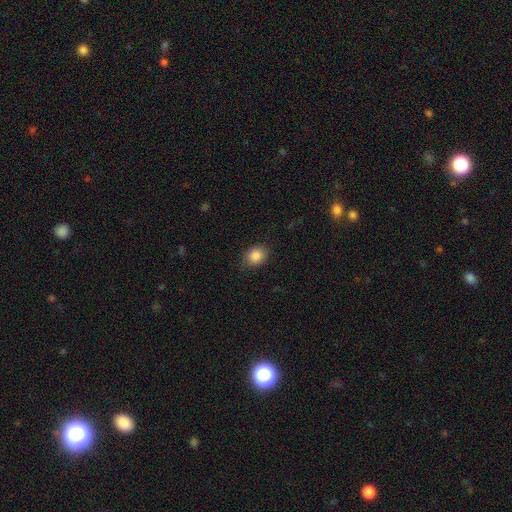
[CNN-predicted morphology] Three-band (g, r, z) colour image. It shows a smooth galaxy with no disk features (86%) that is round (52%). Merging: none (83%).